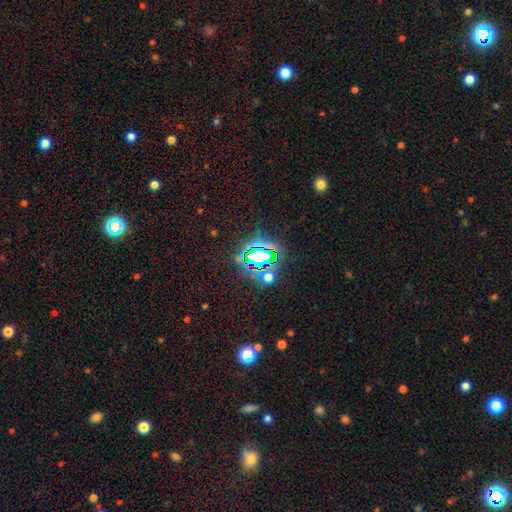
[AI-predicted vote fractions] smooth_or_featured: star or artifact (p=0.73) [alt: smooth p=0.17]